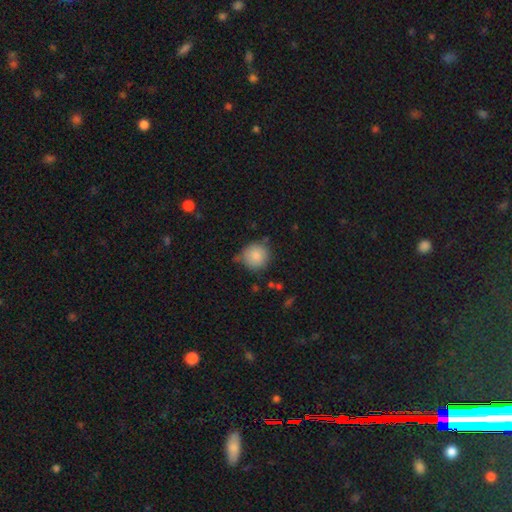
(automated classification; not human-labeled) smooth 85%, star or artifact 8%, featured or disk 7%. Down the decision tree: how rounded — round (93%); merging — none (73%).